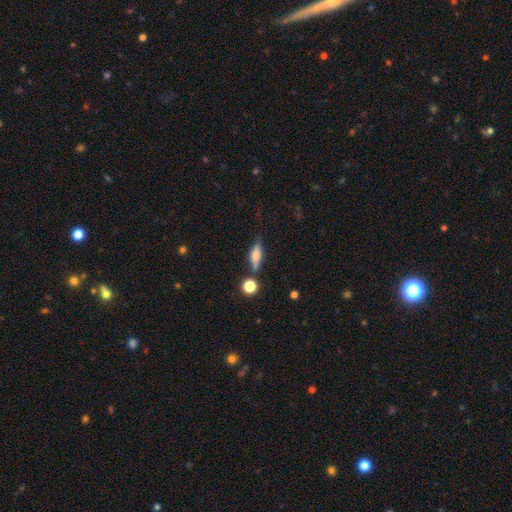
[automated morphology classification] Smooth or featured? smooth (51%)
How rounded? cigar-shaped (53%)
Merging? none (74%)